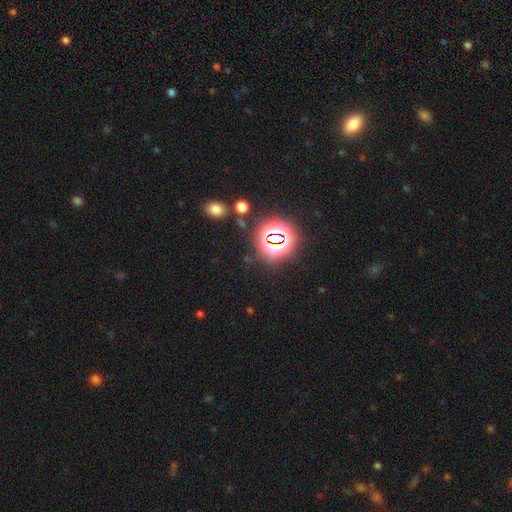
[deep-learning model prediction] smooth_or_featured: star or artifact (p=0.78) [alt: smooth p=0.14]